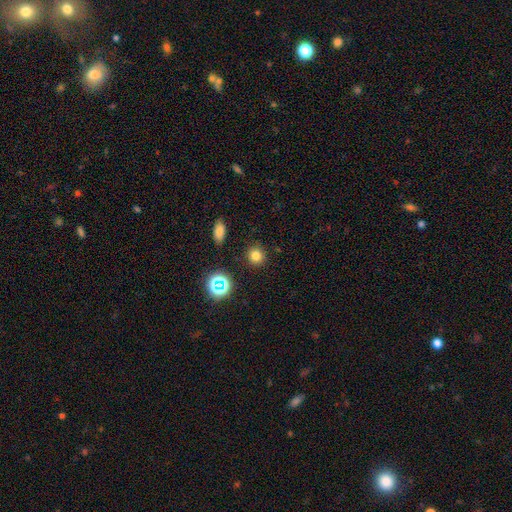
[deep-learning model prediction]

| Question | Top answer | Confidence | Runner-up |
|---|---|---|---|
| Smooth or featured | smooth | 76% | star or artifact (18%) |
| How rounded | round | 90% | in between (9%) |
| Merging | none | 89% | minor disturbance (6%) |